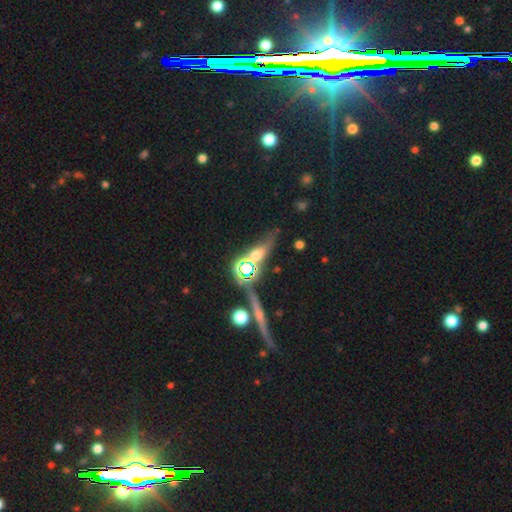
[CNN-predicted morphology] A smooth galaxy with no disk features (41%).

Vote fractions:
- Smooth or featured? smooth: 41% / star or artifact: 30% / featured or disk: 29%
- Merging? none: 59% / minor disturbance: 17% / merger: 15% / major disturbance: 9%